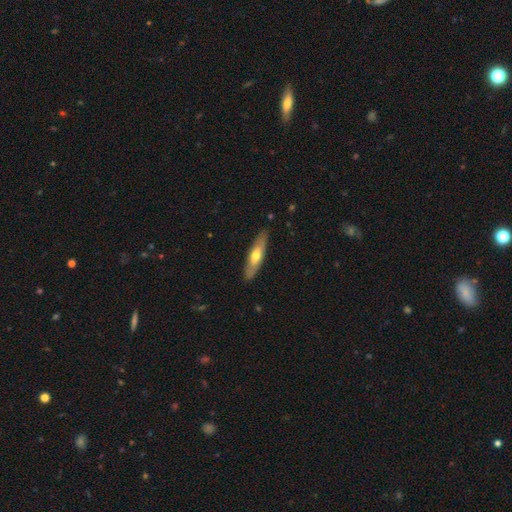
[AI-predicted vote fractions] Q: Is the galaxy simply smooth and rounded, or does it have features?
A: smooth — 50%.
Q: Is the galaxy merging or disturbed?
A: none — 86%.